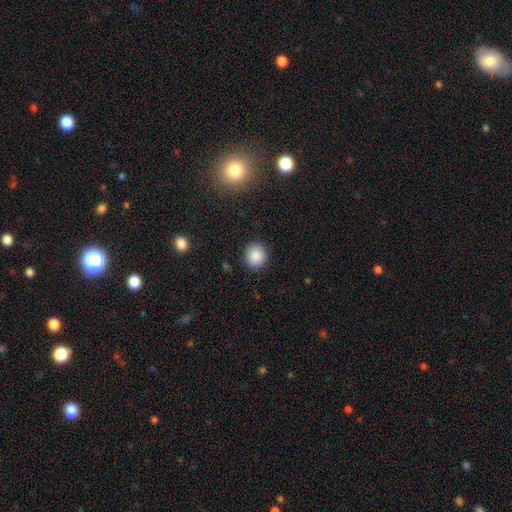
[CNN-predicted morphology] A smooth galaxy with no disk features (87%) that is round (87%).

Vote fractions:
- Smooth or featured? smooth: 87% / star or artifact: 9% / featured or disk: 4%
- How rounded? round: 87% / in between: 12% / cigar-shaped: 1%
- Merging? none: 89% / minor disturbance: 7% / major disturbance: 2% / merger: 1%